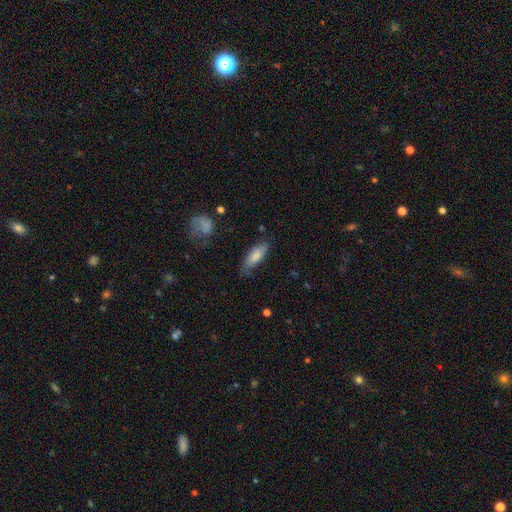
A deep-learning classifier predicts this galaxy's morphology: Overall: smooth (77%). How rounded: in between (60%; cigar-shaped 38%). Merging: none (66%).